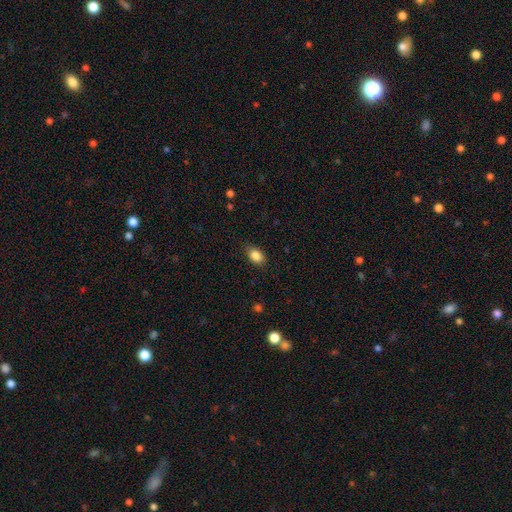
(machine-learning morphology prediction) Overall: smooth (86%). How rounded: in between (82%). Merging: none (82%).